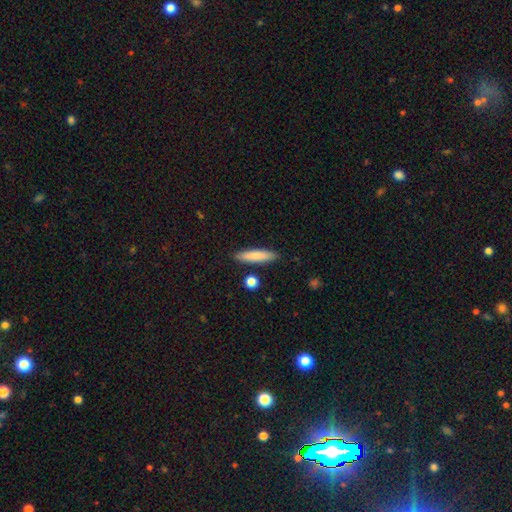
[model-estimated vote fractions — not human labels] Smooth or featured: smooth — 80% (featured or disk — 13%)
How rounded: cigar-shaped — 82% (in between — 17%)
Merging: none — 87% (minor disturbance — 8%)